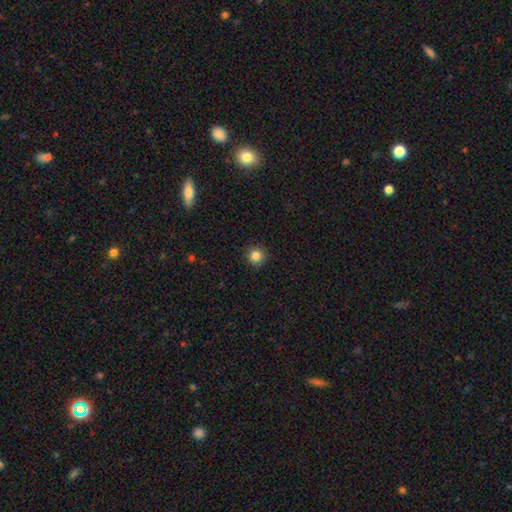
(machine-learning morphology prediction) smooth_or_featured: smooth (p=0.83) [alt: star or artifact p=0.11]
how_rounded: round (p=0.94) [alt: in between p=0.05]
merging: none (p=0.90) [alt: minor disturbance p=0.07]